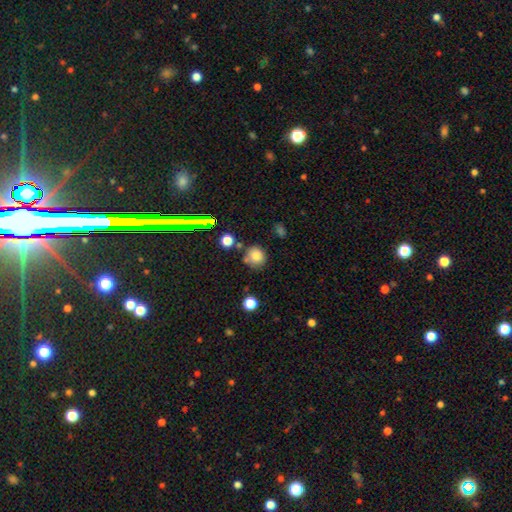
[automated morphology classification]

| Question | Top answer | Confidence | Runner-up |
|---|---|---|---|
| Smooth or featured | smooth | 80% | star or artifact (14%) |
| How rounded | round | 85% | in between (14%) |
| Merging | none | 70% | minor disturbance (15%) |